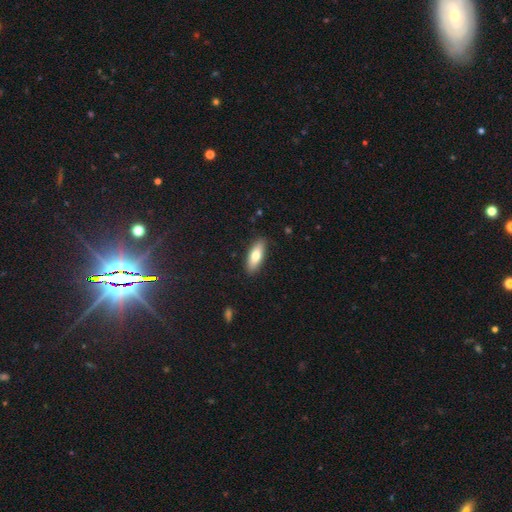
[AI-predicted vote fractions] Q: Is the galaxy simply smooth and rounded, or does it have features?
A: smooth — 73%.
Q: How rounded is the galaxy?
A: in between — 68%.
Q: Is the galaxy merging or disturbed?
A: none — 89%.